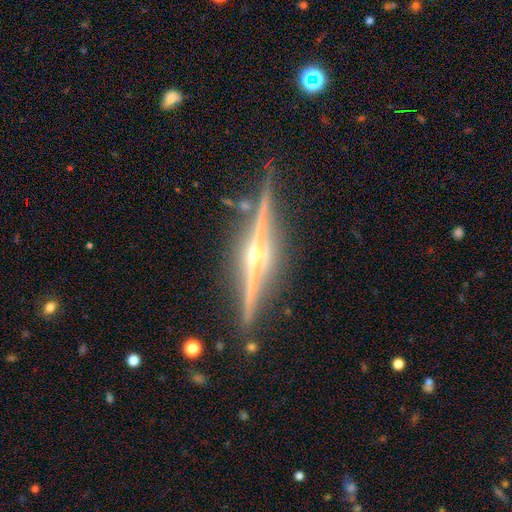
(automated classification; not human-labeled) Overall: featured or disk (90%). Edge-on disk: yes (98%). Edge-on bulge: rounded (91%). Merging: none (88%).